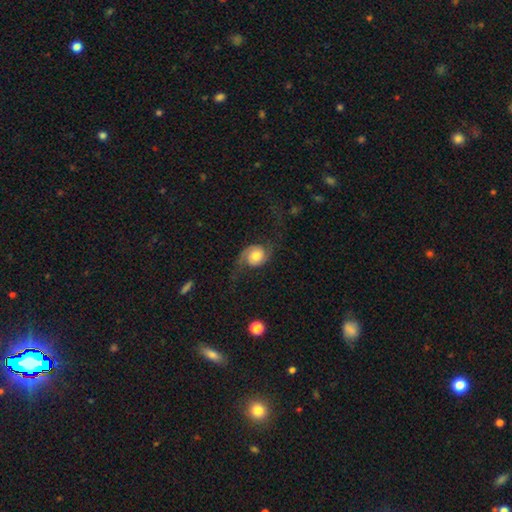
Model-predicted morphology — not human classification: Smooth or featured: featured or disk — 70% (smooth — 23%)
Edge-on disk: no — 97% (yes — 3%)
Bar: no — 73% (weak — 22%)
Spiral arms: yes — 94% (no — 6%)
Spiral winding: loose — 67% (medium — 25%)
Spiral arm count: 2 — 88% (1 — 7%)
Bulge size: moderate — 55% (large — 24%)
Merging: none — 57% (major disturbance — 24%)